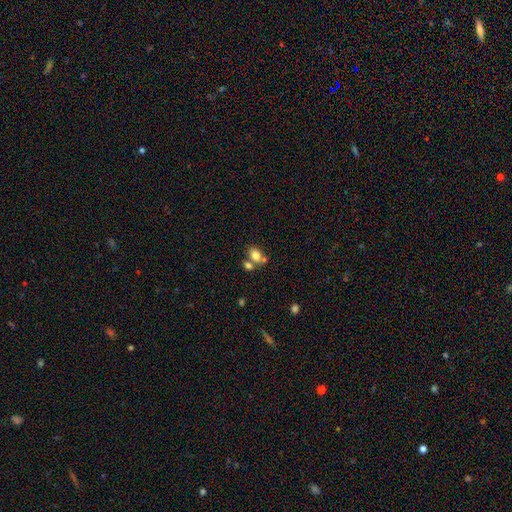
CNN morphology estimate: Smooth or featured?
  - smooth: 78% *
  - featured or disk: 11%
  - star or artifact: 11%
How rounded?
  - in between: 68% *
  - round: 31%
  - cigar-shaped: 1%
Merging?
  - none: 46% *
  - merger: 39%
  - minor disturbance: 10%
  - major disturbance: 4%